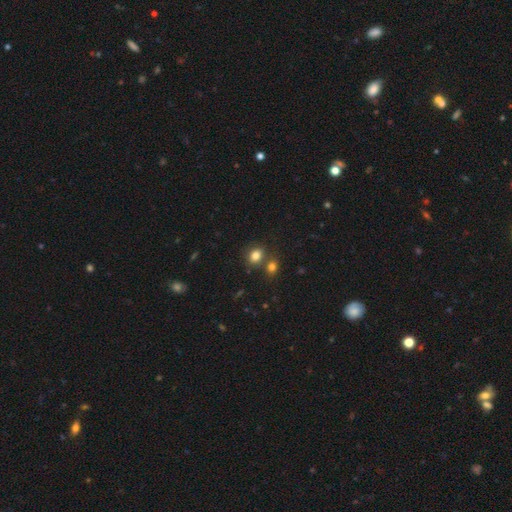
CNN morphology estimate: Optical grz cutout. It shows a smooth galaxy with no disk features (82%) that is in between round and cigar-shaped (53%). Merging: none (61%).